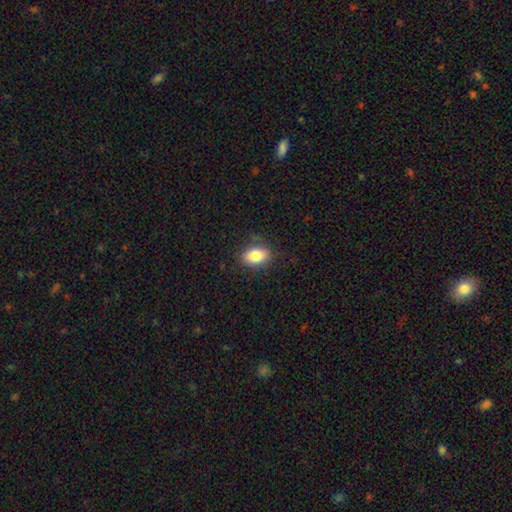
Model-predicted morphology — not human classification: This appears to be a smooth galaxy with no disk features (83%) that is in between round and cigar-shaped (83%). Merging: none (79%).